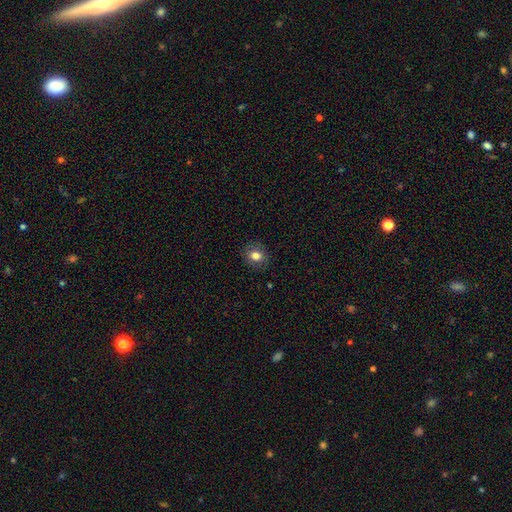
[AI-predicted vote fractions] Q: Smooth or featured?
A: smooth (79%); runner-up: star or artifact (11%)
Q: How rounded?
A: round (72%); runner-up: in between (27%)
Q: Merging?
A: none (87%); runner-up: minor disturbance (9%)